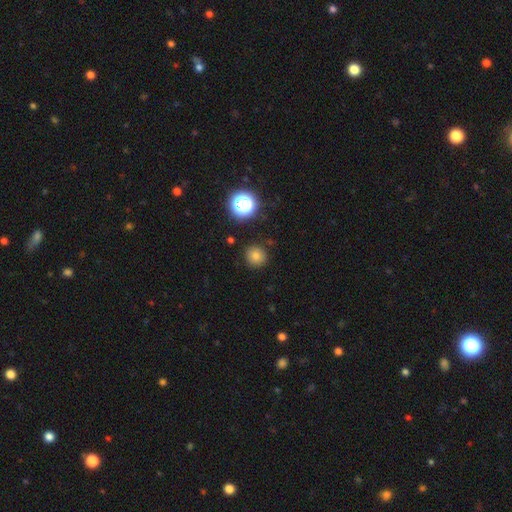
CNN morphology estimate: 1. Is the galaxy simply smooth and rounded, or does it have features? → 75% smooth, 17% star or artifact, 8% featured or disk.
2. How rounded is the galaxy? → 92% round, 7% in between, 1% cigar-shaped.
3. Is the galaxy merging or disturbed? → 88% none, 8% minor disturbance, 2% major disturbance, 2% merger.